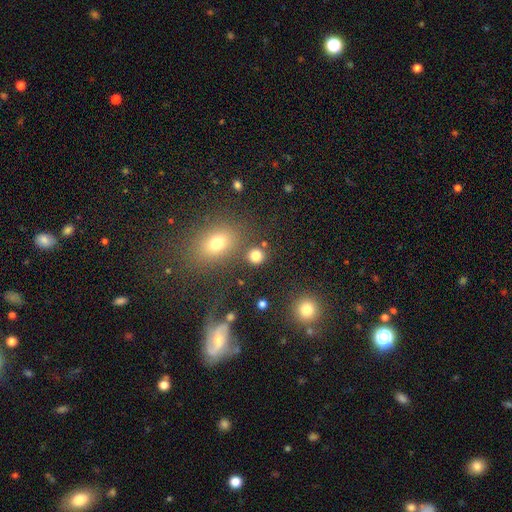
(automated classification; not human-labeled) Smooth or featured? smooth (80%)
How rounded? round (84%)
Merging? none (79%)